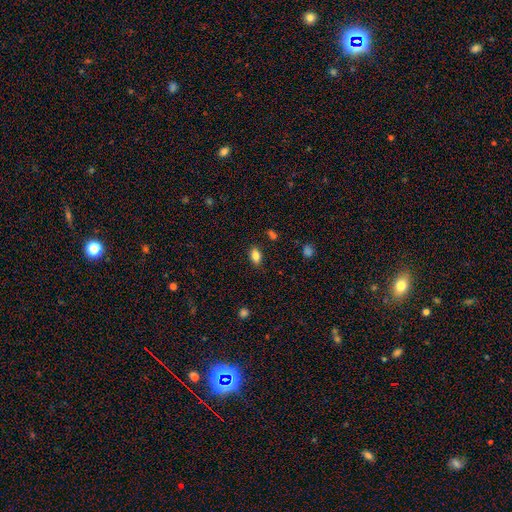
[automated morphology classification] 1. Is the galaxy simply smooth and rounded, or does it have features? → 84% smooth, 9% star or artifact, 7% featured or disk.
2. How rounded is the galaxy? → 87% in between, 9% round, 4% cigar-shaped.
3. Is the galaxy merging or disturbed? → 86% none, 10% minor disturbance, 2% major disturbance, 2% merger.